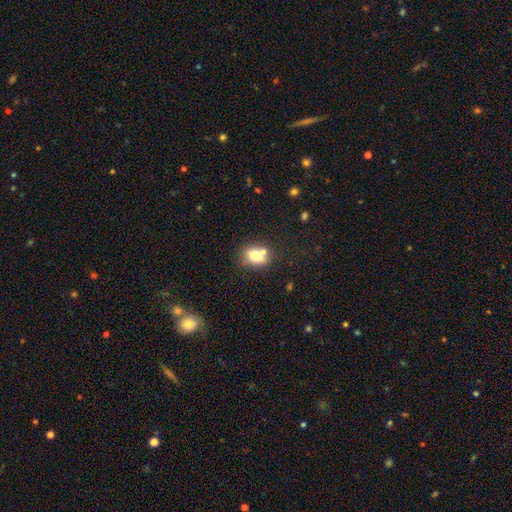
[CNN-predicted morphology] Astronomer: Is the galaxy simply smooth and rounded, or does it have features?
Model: smooth — 71%.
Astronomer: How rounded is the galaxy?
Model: in between — 70%.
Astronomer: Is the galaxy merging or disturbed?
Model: none — 50% (runner-up: merger, 29%).